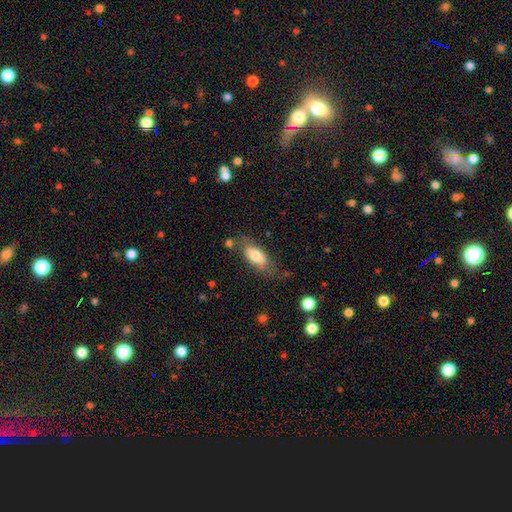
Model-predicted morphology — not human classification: This appears to be a smooth galaxy with no disk features (73%) that is in between round and cigar-shaped (83%). Merging: none (60%).